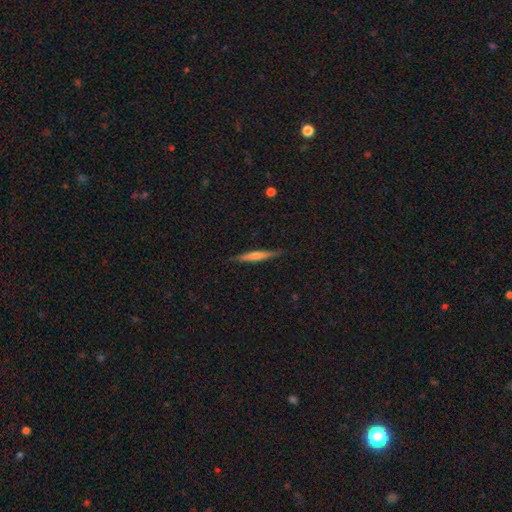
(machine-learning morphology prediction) Q: Smooth or featured?
A: featured or disk (55%); runner-up: smooth (39%)
Q: Edge-on disk?
A: yes (97%); runner-up: no (3%)
Q: Edge-on bulge?
A: rounded (48%); runner-up: none (36%)
Q: Merging?
A: none (88%); runner-up: minor disturbance (9%)